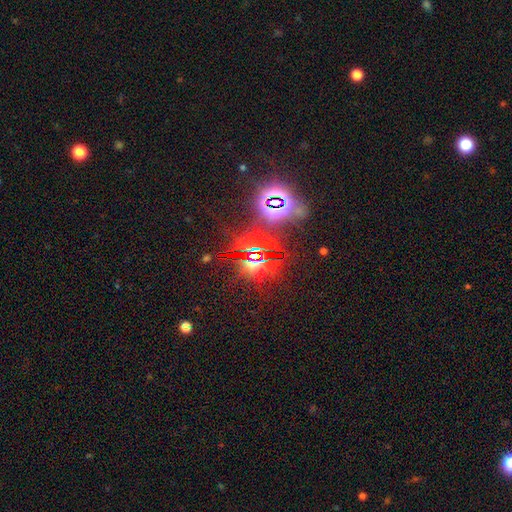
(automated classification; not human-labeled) This appears to be a star or artifact, not a galaxy (82%).